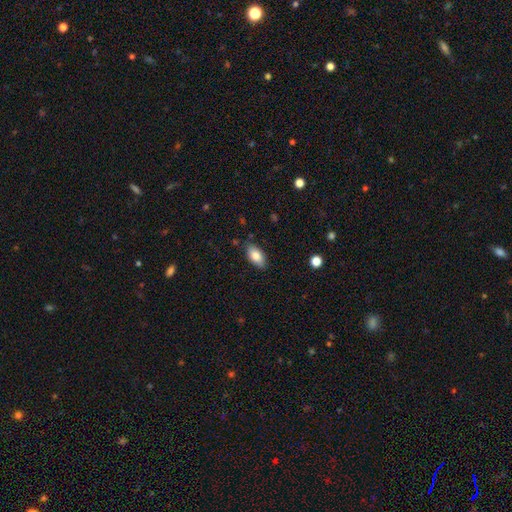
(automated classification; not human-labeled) Overall: smooth (83%). How rounded: in between (92%). Merging: none (83%).